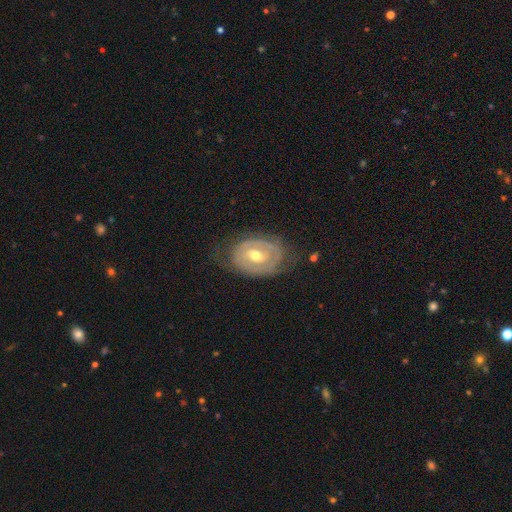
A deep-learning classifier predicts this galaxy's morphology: This appears to be a featured or disk galaxy (72%) with no bar (48%), spiral arms (53%) and a moderate central bulge (73%). Merging: none (68%).